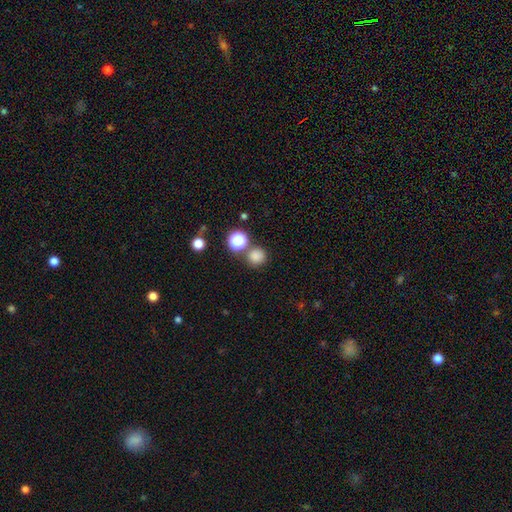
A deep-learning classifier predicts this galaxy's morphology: The model was most divided on "merging": none: 75%, merger: 14%, minor disturbance: 8%, major disturbance: 3%. More confident: how rounded — round (92%); smooth or featured — smooth (79%).